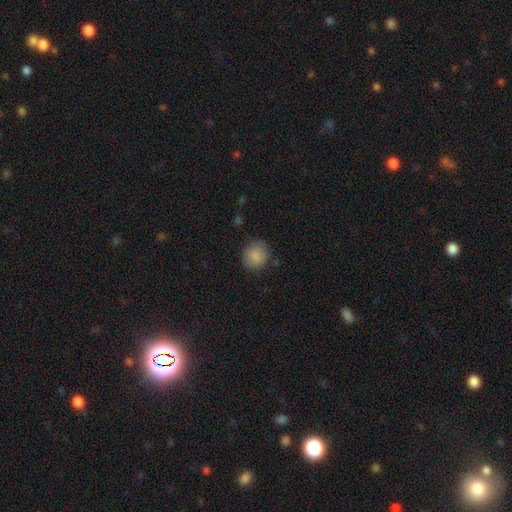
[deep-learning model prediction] This is clearly a smooth galaxy (87%). How rounded: clearly round (84%). Merging: clearly none (83%).